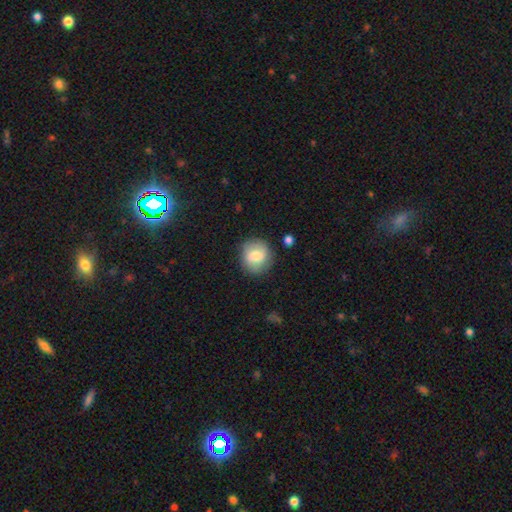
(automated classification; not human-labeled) The model was most divided on "smooth or featured": smooth: 72%, featured or disk: 21%, star or artifact: 8%. More confident: how rounded — round (85%); merging — none (82%).